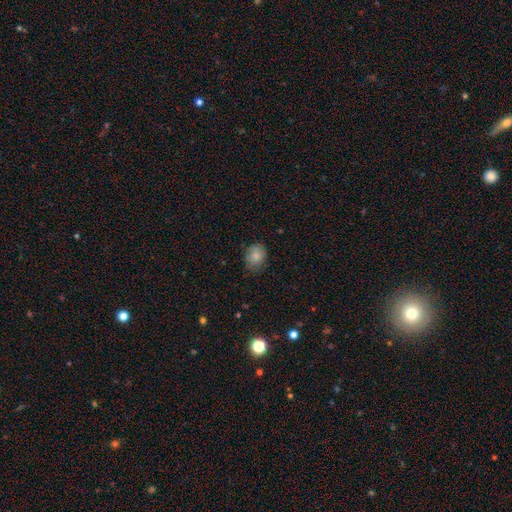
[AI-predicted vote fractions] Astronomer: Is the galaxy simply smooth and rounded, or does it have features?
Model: smooth — 82%.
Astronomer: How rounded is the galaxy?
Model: in between — 51% (runner-up: round, 48%).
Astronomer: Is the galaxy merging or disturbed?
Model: none — 73%.